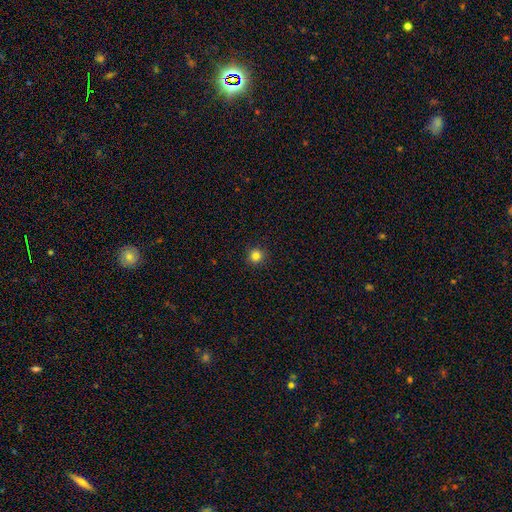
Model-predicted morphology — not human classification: Smooth or featured?
  - smooth: 83% *
  - star or artifact: 13%
  - featured or disk: 4%
How rounded?
  - round: 95% *
  - in between: 4%
  - cigar-shaped: 1%
Merging?
  - none: 92% *
  - minor disturbance: 5%
  - major disturbance: 2%
  - merger: 1%